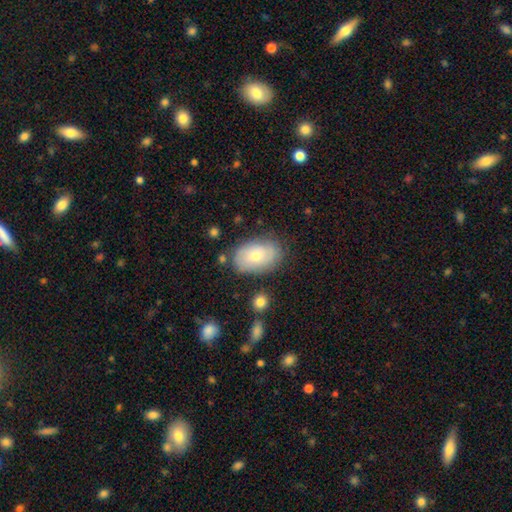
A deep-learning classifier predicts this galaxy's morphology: smooth-or-featured: smooth: 56% | featured or disk: 36% | star or artifact: 8%
  how-rounded: in between: 87% | round: 12% | cigar-shaped: 1%
  merging: none: 75% | minor disturbance: 18% | major disturbance: 5% | merger: 3%